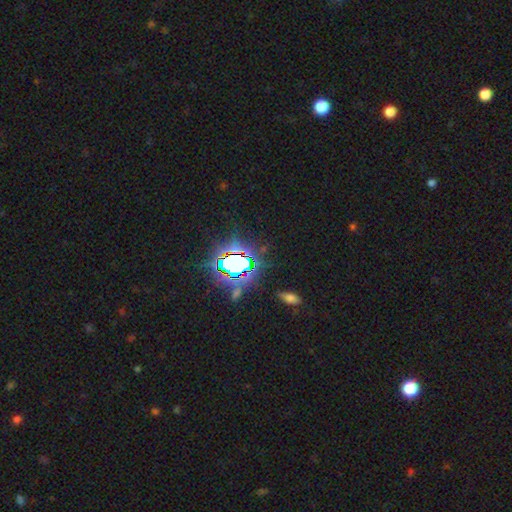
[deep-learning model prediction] This is clearly a star or artifact rather than a galaxy (81%).